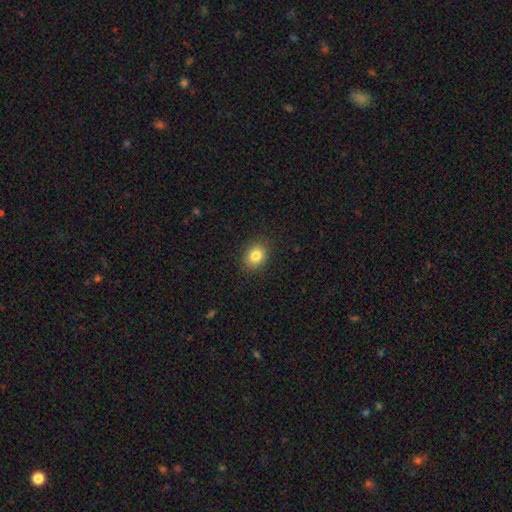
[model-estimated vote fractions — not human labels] This is clearly a smooth galaxy (83%). How rounded: possibly in between (50%). Merging: clearly none (89%).